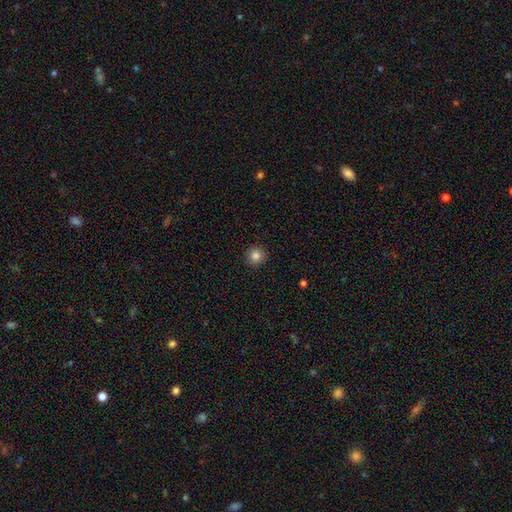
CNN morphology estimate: Smooth or featured: smooth — 84% (star or artifact — 11%)
How rounded: round — 95% (in between — 4%)
Merging: none — 93% (minor disturbance — 5%)